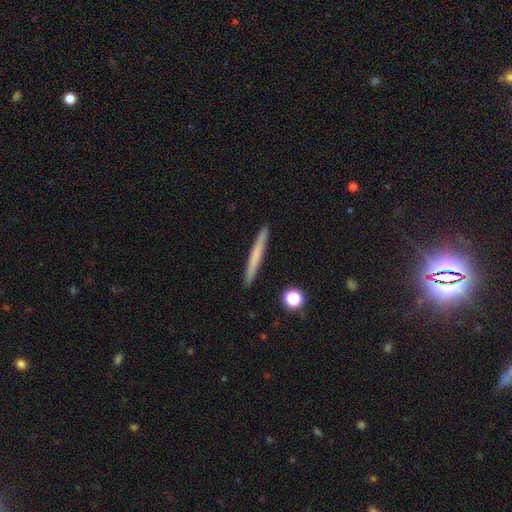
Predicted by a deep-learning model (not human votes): Overall: smooth (64%; featured or disk 30%). How rounded: cigar-shaped (97%). Merging: none (92%).